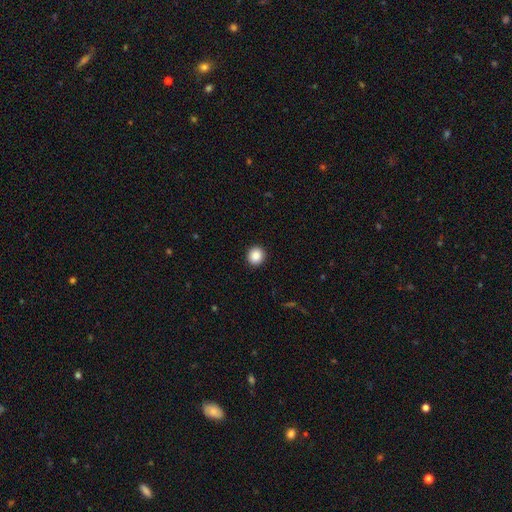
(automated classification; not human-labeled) A smooth galaxy with no disk features (88%) that is round (89%). Merging: none (92%).